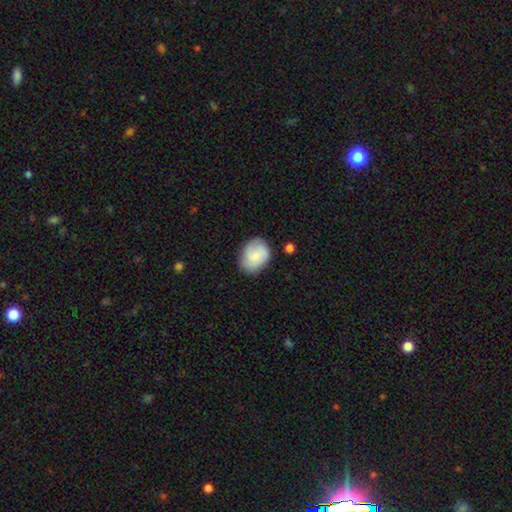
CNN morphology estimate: Smooth or featured? smooth (60%)
How rounded? in between (55%)
Merging? none (72%)